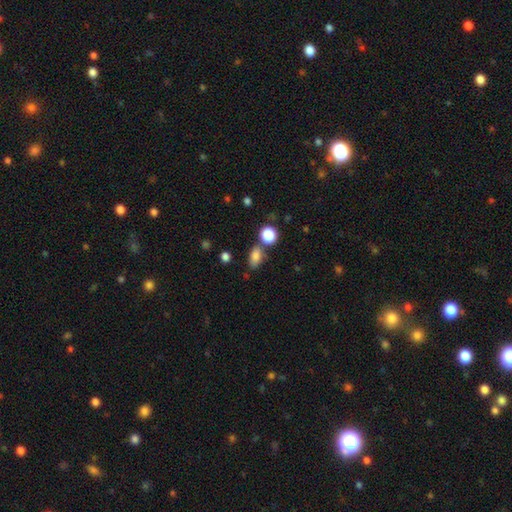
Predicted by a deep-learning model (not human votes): smooth_or_featured: smooth (p=0.82) [alt: star or artifact p=0.11]
how_rounded: in between (p=0.79) [alt: round p=0.18]
merging: none (p=0.66) [alt: merger p=0.16]